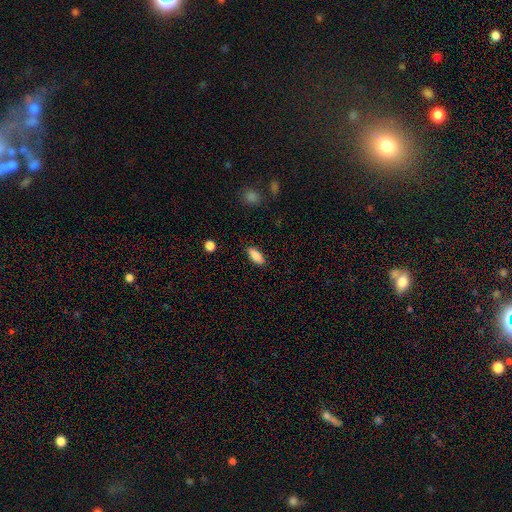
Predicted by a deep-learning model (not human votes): This appears to be a smooth galaxy with no disk features (87%) that is in between round and cigar-shaped (80%). Merging: none (85%).